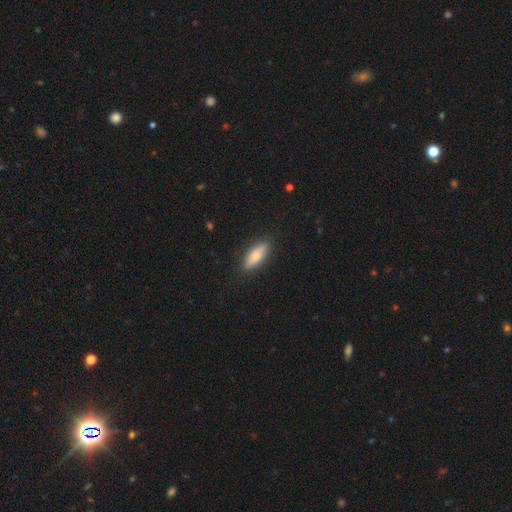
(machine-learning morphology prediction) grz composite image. It shows a smooth galaxy with no disk features (75%) that is in between round and cigar-shaped (54%). Merging: none (86%).